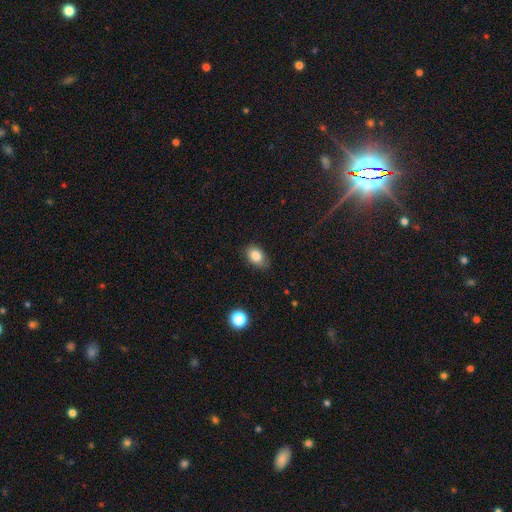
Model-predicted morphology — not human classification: Smooth or featured? Predicted: smooth (p=0.84). How rounded? Predicted: in between (p=0.82). Merging? Predicted: none (p=0.76).